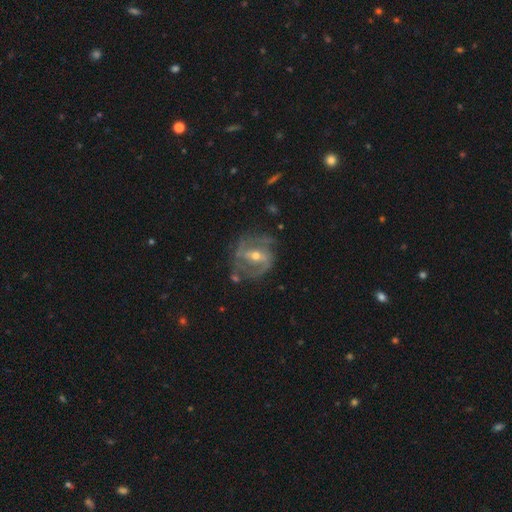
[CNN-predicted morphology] A featured or disk galaxy (86%) with a strong bar (41%), 2 (70%) medium (48%) spiral arms (92%) and a moderate central bulge (55%).

Vote fractions:
- Smooth or featured? featured or disk: 86% / smooth: 8% / star or artifact: 6%
- Edge-on disk? no: 96% / yes: 4%
- Bar? strong: 41% / weak: 40% / no: 19%
- Spiral arms? yes: 92% / no: 8%
- Spiral winding? medium: 48% / tight: 32% / loose: 19%
- Spiral arm count? 2: 70% / can't tell: 11% / 3: 11% / 1: 3% / 4: 2% / more than 4: 2%
- Bulge size? moderate: 55% / small: 42% / large: 2% / none: 1% / dominant: 1%
- Merging? none: 68% / minor disturbance: 19% / major disturbance: 10% / merger: 3%